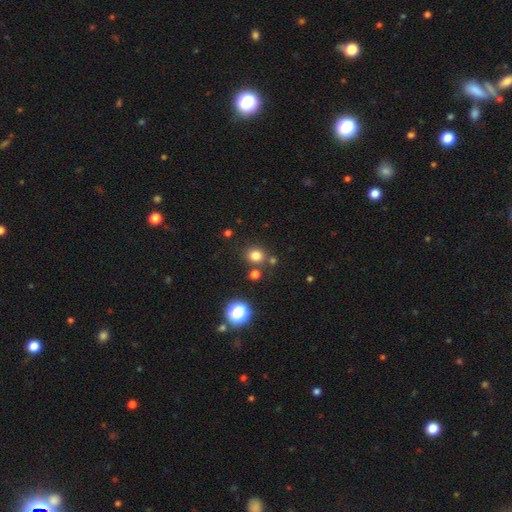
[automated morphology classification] A smooth galaxy with no disk features (77%) that is round (78%). Merging: none (77%).